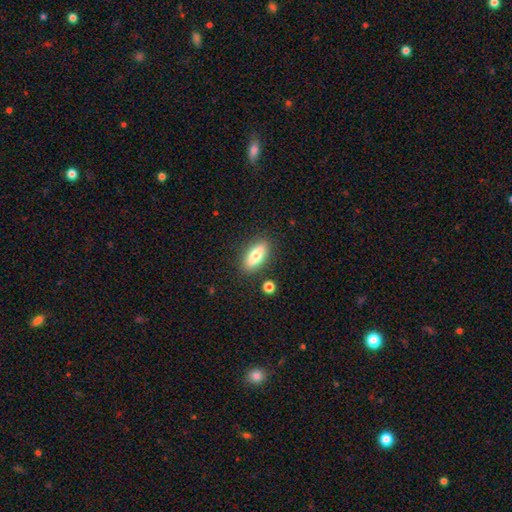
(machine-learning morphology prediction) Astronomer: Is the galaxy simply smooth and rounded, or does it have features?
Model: smooth — 73%.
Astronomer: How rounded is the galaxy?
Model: in between — 76%.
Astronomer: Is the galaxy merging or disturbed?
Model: none — 85%.